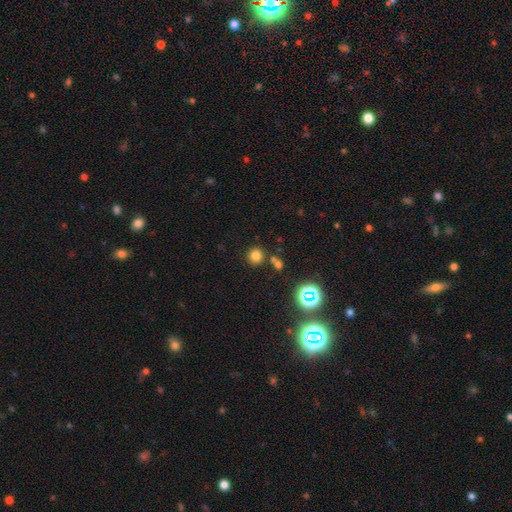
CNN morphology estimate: Overall: smooth (75%). How rounded: round (90%). Merging: none (76%).